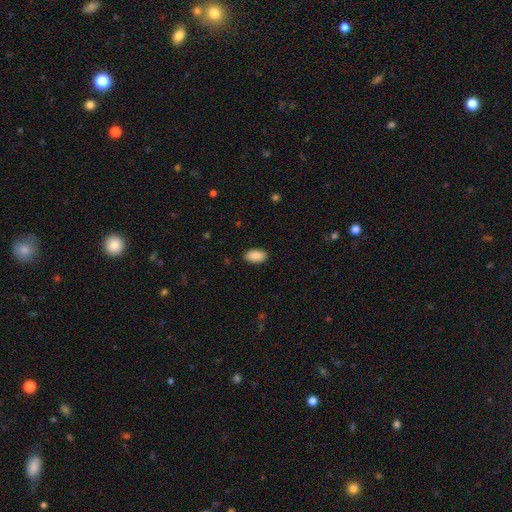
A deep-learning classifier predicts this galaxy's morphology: Smooth or featured? Predicted: smooth (p=0.90). How rounded? Predicted: in between (p=0.95). Merging? Predicted: none (p=0.89).